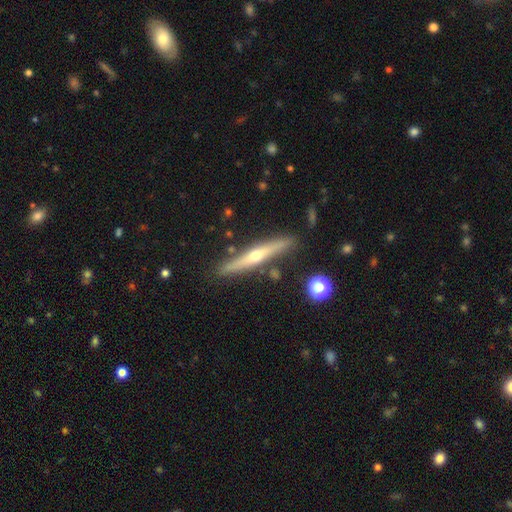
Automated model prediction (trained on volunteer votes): Smooth or featured? Predicted: featured or disk (p=0.67). Edge-on disk? Predicted: yes (p=0.96). Edge-on bulge? Predicted: rounded (p=0.86). Merging? Predicted: none (p=0.86).